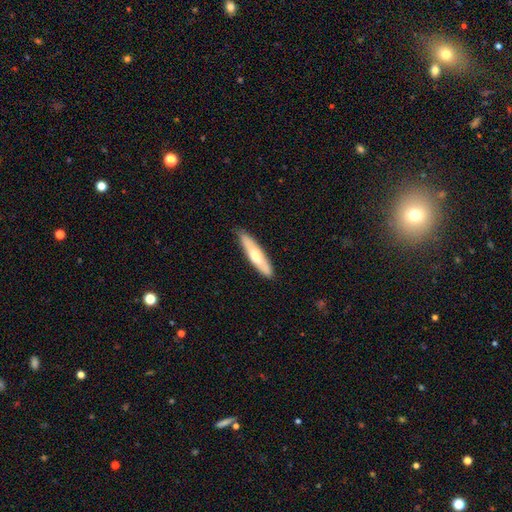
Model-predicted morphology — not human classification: Smooth or featured? smooth (57%)
How rounded? cigar-shaped (80%)
Merging? none (85%)